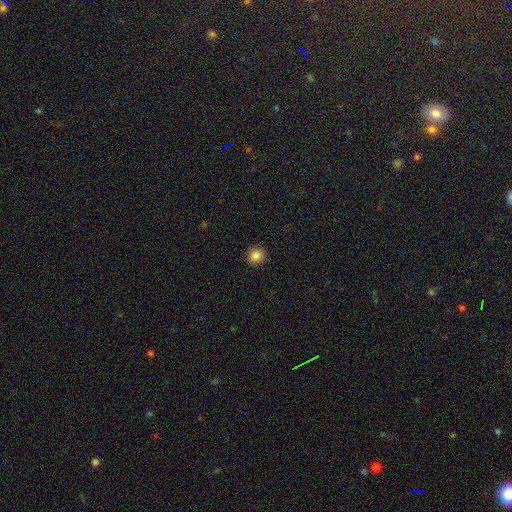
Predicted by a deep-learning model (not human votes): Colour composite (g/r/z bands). It shows a smooth galaxy with no disk features (85%) that is round (94%). Merging: none (93%).